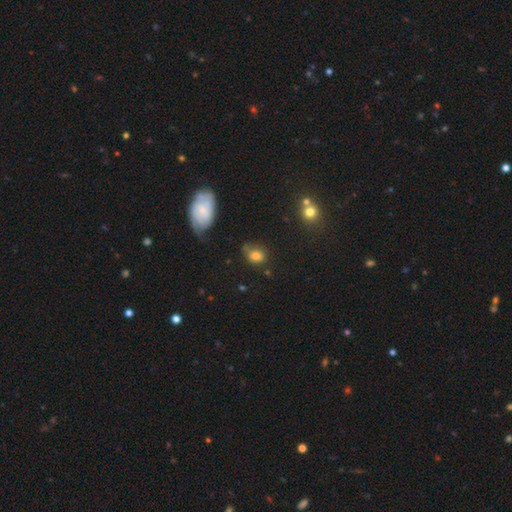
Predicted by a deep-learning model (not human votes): Overall: smooth (74%). How rounded: in between (51%; round 47%). Merging: none (53%; minor disturbance 27%).